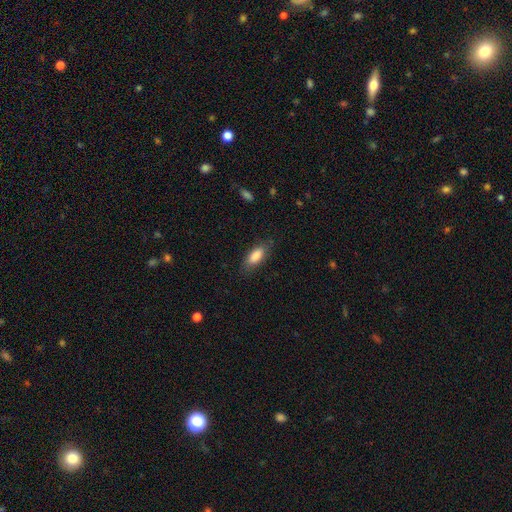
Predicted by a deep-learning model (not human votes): Morphology: type=smooth (86%); roundness=in between (80%); merging=none (79%).